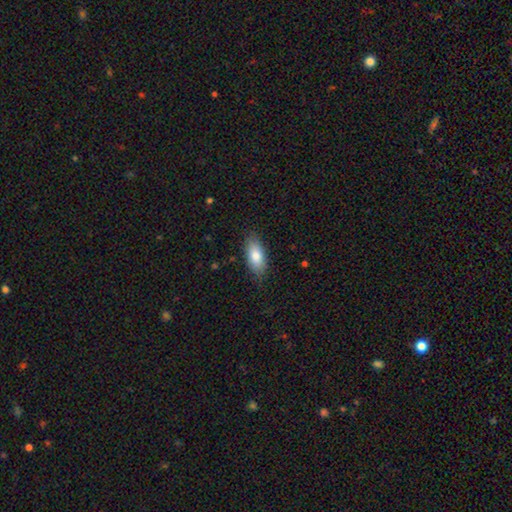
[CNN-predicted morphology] smooth_or_featured: smooth (p=0.81) [alt: featured or disk p=0.12]
how_rounded: in between (p=0.85) [alt: cigar-shaped p=0.12]
merging: none (p=0.82) [alt: minor disturbance p=0.14]